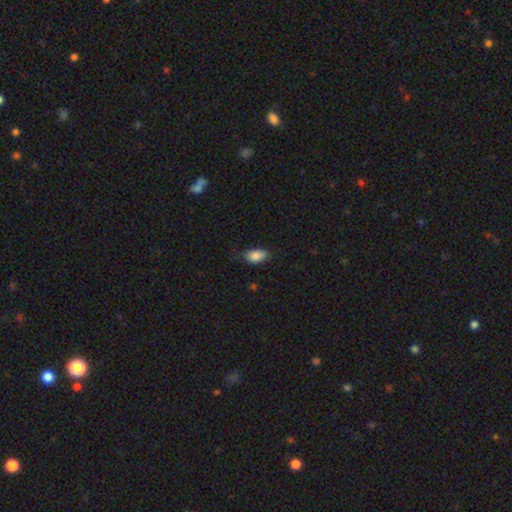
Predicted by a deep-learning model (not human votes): Smooth or featured: smooth — 87% (star or artifact — 7%)
How rounded: in between — 92% (round — 5%)
Merging: none — 69% (minor disturbance — 25%)